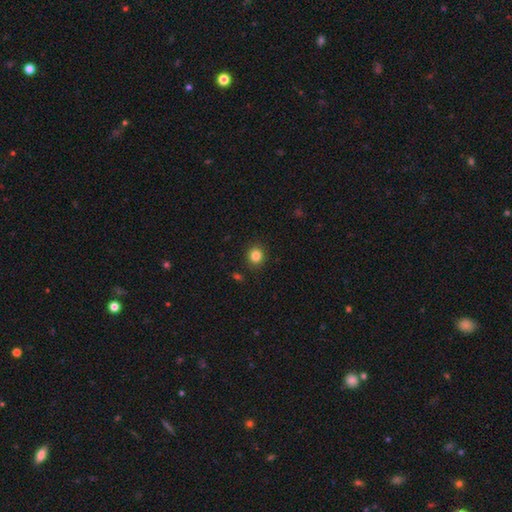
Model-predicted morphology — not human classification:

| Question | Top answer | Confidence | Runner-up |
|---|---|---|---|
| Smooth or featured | smooth | 84% | star or artifact (11%) |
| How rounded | round | 87% | in between (12%) |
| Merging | none | 90% | minor disturbance (7%) |